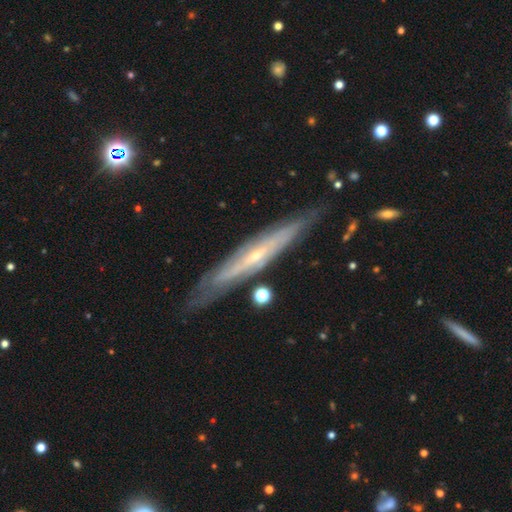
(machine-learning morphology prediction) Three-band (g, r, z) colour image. It shows a featured or disk galaxy (76%) viewed edge-on (76%) with a rounded central bulge (57%). Merging: none (79%).